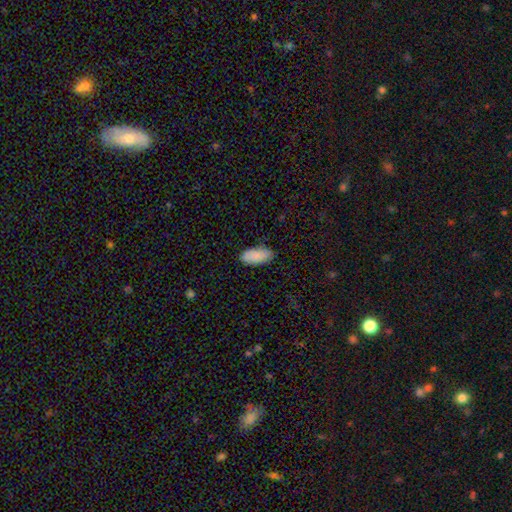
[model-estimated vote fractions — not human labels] The model was most divided on "merging": none: 81%, minor disturbance: 15%, major disturbance: 3%, merger: 1%. More confident: how rounded — in between (91%); smooth or featured — smooth (88%).